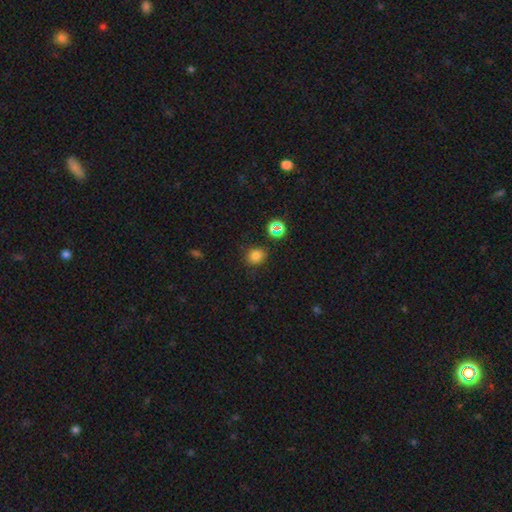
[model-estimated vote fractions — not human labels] smooth_or_featured: smooth (p=0.76) [alt: star or artifact p=0.18]
how_rounded: round (p=0.73) [alt: in between p=0.26]
merging: none (p=0.82) [alt: minor disturbance p=0.12]